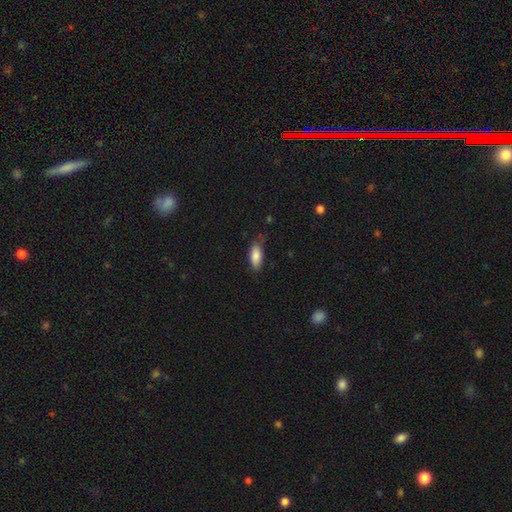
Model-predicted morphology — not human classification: smooth_or_featured: smooth (p=0.85) [alt: featured or disk p=0.08]
how_rounded: in between (p=0.83) [alt: cigar-shaped p=0.15]
merging: none (p=0.67) [alt: minor disturbance p=0.26]